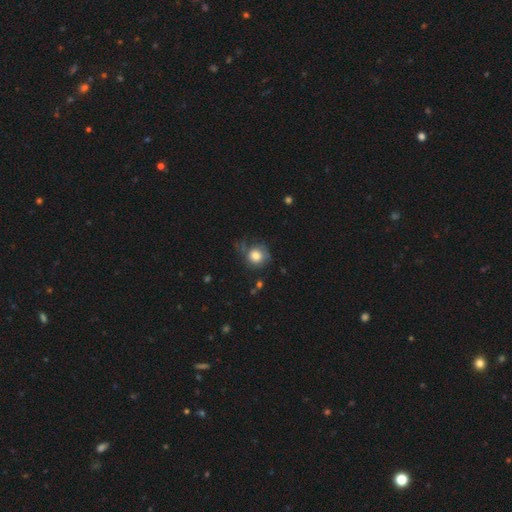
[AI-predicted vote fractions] This is likely a smooth galaxy (76%). How rounded: clearly round (86%). Merging: possibly none (57%).